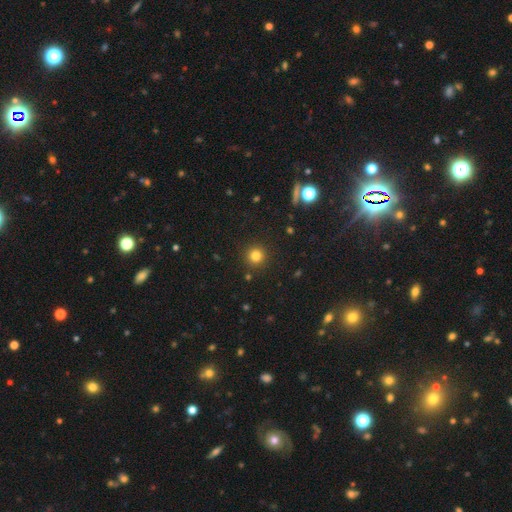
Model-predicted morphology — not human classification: type=smooth (81%); roundness=round (95%); merging=none (90%).